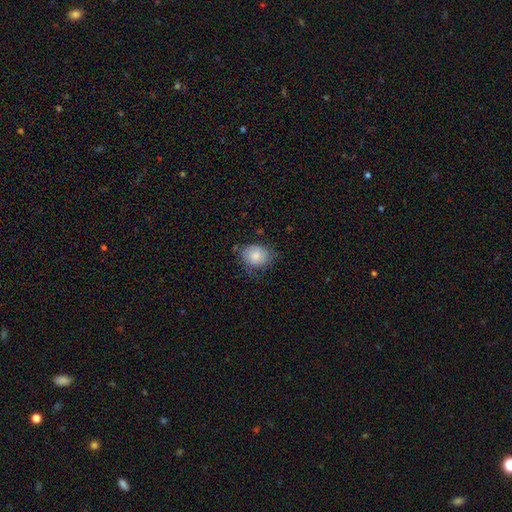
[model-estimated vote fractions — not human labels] smooth 79%, featured or disk 14%, star or artifact 8%. Down the decision tree: how rounded — round (53%); merging — none (62%).